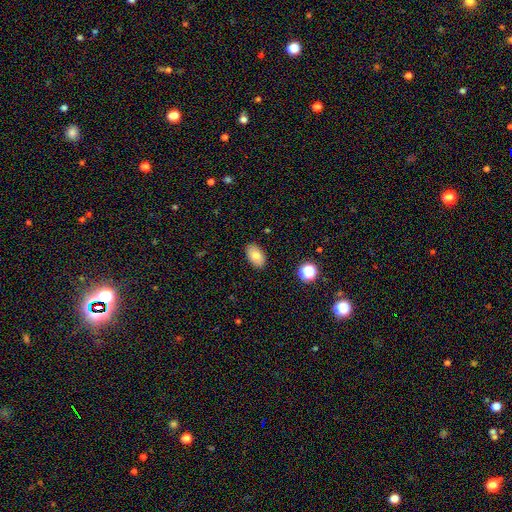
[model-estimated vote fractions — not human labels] smooth_or_featured: smooth (p=0.77) [alt: featured or disk p=0.14]
how_rounded: in between (p=0.92) [alt: round p=0.07]
merging: none (p=0.88) [alt: minor disturbance p=0.09]